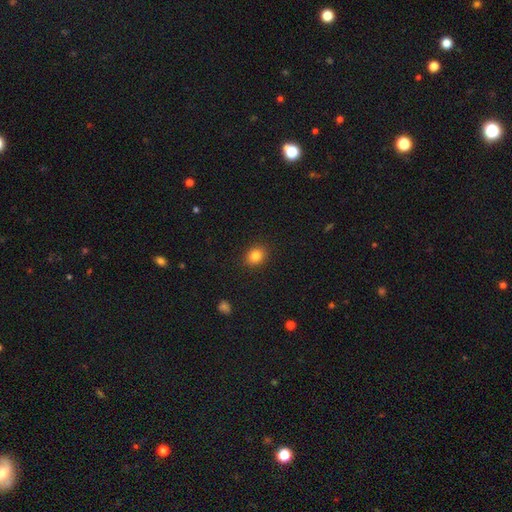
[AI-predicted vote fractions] smooth-or-featured: smooth: 83% | star or artifact: 11% | featured or disk: 6%
  how-rounded: round: 64% | in between: 35% | cigar-shaped: 1%
  merging: none: 90% | minor disturbance: 7% | major disturbance: 2% | merger: 1%